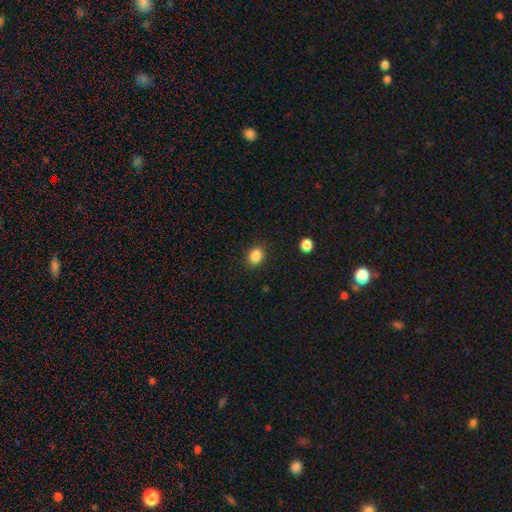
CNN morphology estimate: type=smooth (86%); roundness=in between (50%); merging=none (88%).